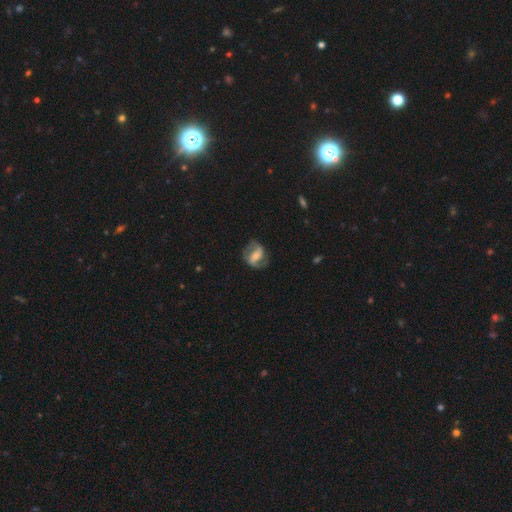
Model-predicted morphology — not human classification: This appears to be a featured or disk galaxy (77%) with a strong bar (44%), 2 (88%) medium (47%) spiral arms (89%) and a moderate central bulge (45%). Merging: none (73%).